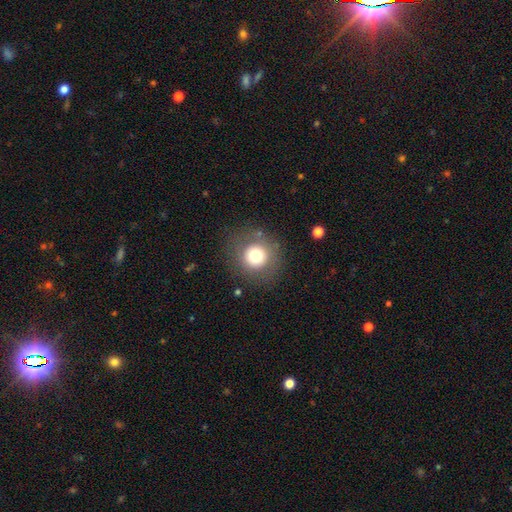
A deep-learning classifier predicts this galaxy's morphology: Q: Smooth or featured?
A: smooth (73%); runner-up: featured or disk (15%)
Q: How rounded?
A: round (93%); runner-up: in between (6%)
Q: Merging?
A: none (84%); runner-up: minor disturbance (9%)